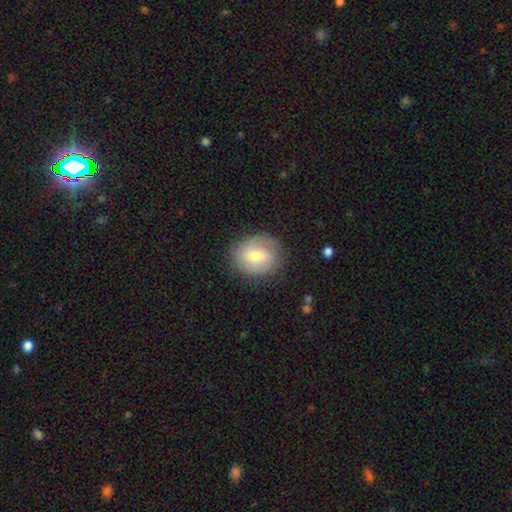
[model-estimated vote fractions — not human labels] smooth-or-featured: smooth: 50% | featured or disk: 43% | star or artifact: 7%
  merging: none: 80% | minor disturbance: 14% | major disturbance: 5% | merger: 1%